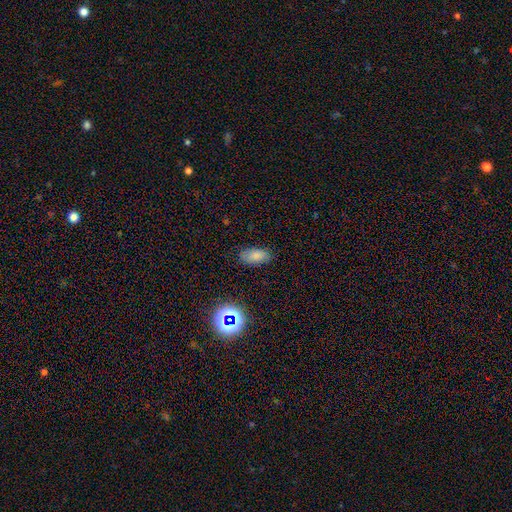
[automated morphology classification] Smooth or featured? smooth (79%)
How rounded? in between (91%)
Merging? none (83%)